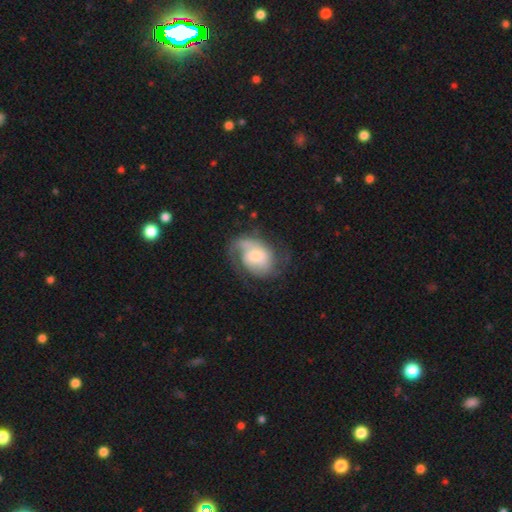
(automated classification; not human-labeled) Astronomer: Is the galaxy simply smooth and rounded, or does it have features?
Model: featured or disk — 75%.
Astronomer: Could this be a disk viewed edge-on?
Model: no — 97%.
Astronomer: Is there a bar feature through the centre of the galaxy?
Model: no — 60%.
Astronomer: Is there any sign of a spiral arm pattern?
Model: yes — 92%.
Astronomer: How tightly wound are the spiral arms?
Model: medium — 44% (runner-up: tight, 32%).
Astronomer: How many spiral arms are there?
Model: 2 — 57%.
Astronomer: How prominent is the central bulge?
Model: small — 39% (runner-up: moderate, 37%).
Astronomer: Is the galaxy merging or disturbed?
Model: none — 59%.